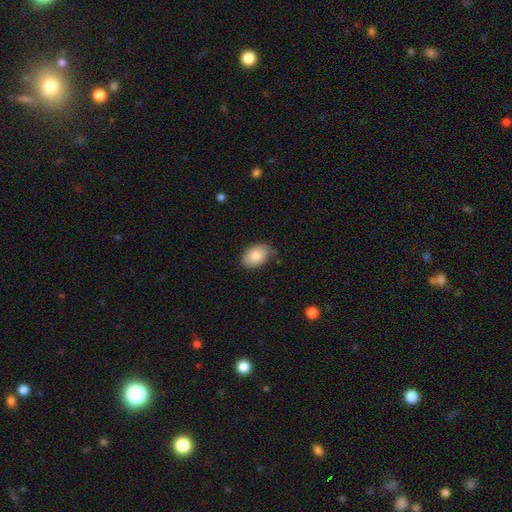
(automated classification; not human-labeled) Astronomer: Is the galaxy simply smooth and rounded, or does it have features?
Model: smooth — 85%.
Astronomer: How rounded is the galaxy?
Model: in between — 89%.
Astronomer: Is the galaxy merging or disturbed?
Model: none — 73%.